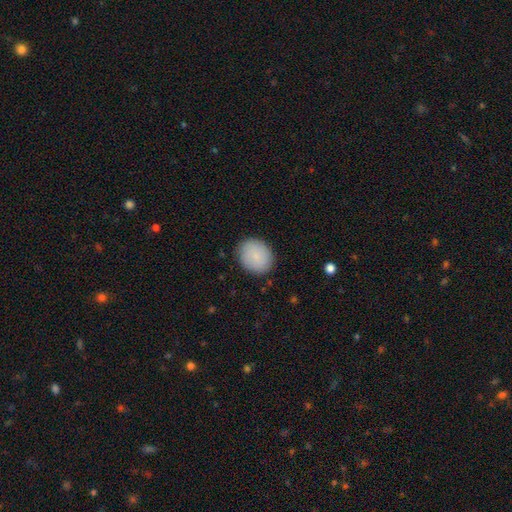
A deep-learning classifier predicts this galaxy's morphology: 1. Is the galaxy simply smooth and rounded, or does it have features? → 85% smooth, 8% featured or disk, 6% star or artifact.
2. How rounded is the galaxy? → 58% round, 41% in between, 1% cigar-shaped.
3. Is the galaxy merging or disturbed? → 87% none, 10% minor disturbance, 2% major disturbance, 1% merger.